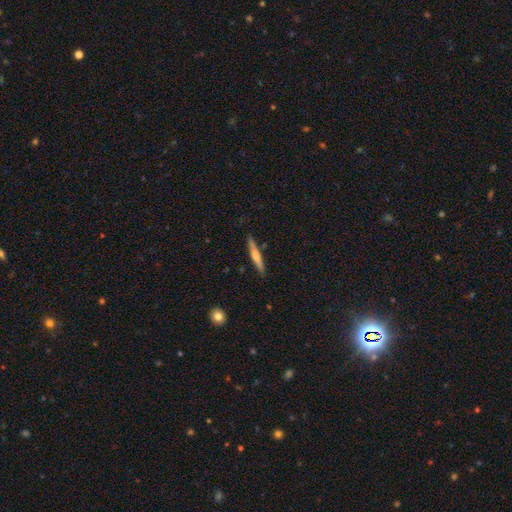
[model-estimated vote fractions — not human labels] Morphology: type=featured or disk (54%); edge-on=yes (96%); edge-on bulge=rounded (75%); merging=none (88%).